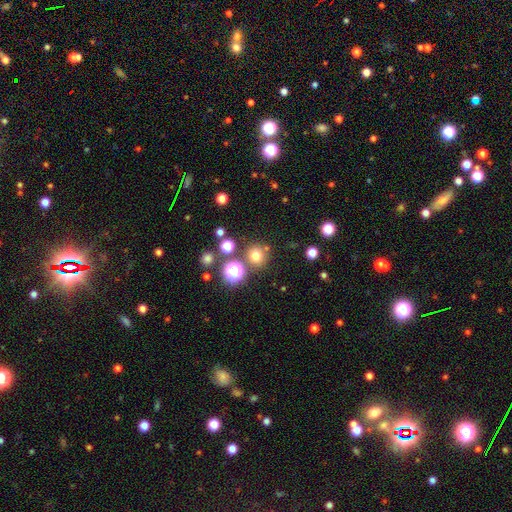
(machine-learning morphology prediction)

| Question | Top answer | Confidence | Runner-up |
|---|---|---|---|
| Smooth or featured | smooth | 71% | star or artifact (21%) |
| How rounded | round | 91% | in between (8%) |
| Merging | none | 79% | merger (9%) |